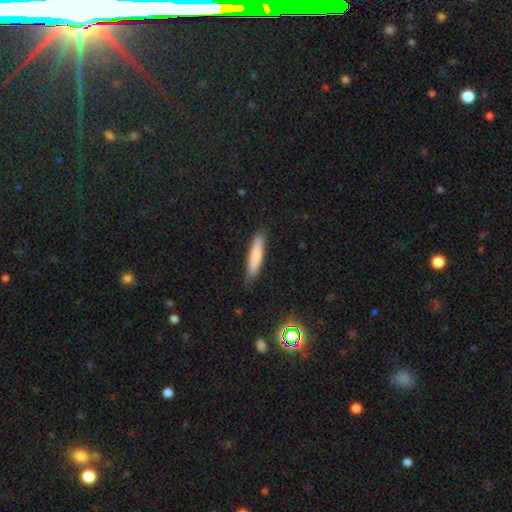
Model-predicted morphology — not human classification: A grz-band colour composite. It shows a smooth galaxy with no disk features (76%) that is cigar-shaped (86%). Merging: none (86%).